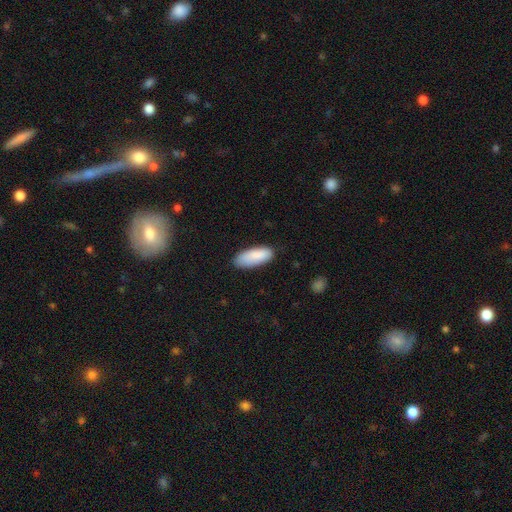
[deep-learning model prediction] This is clearly a smooth galaxy (88%). How rounded: likely in between (78%). Merging: likely none (77%).